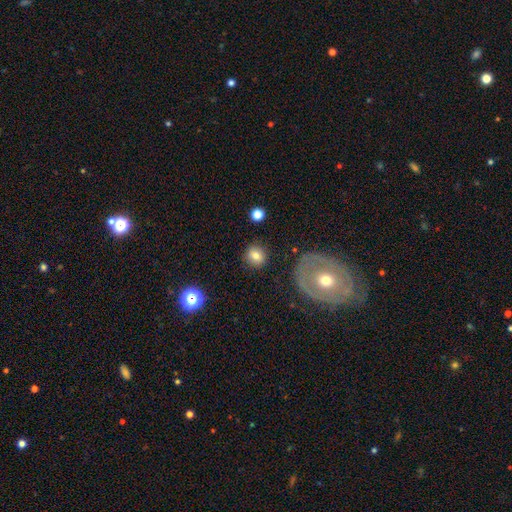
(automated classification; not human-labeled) Smooth or featured: smooth — 78% (star or artifact — 11%)
How rounded: round — 89% (in between — 10%)
Merging: none — 87% (minor disturbance — 8%)